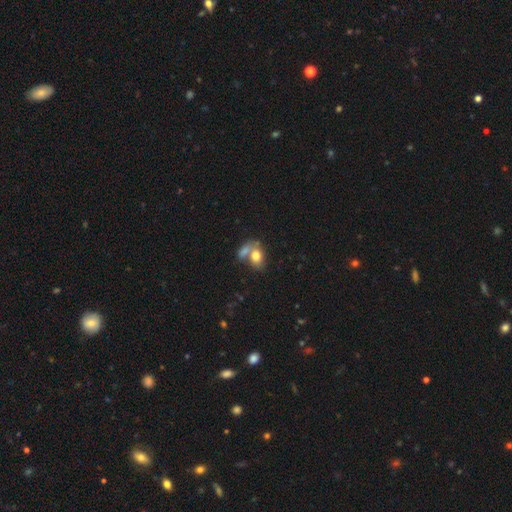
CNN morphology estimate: Smooth or featured: smooth — 76% (featured or disk — 16%)
How rounded: in between — 72% (round — 26%)
Merging: merger — 50% (none — 33%)